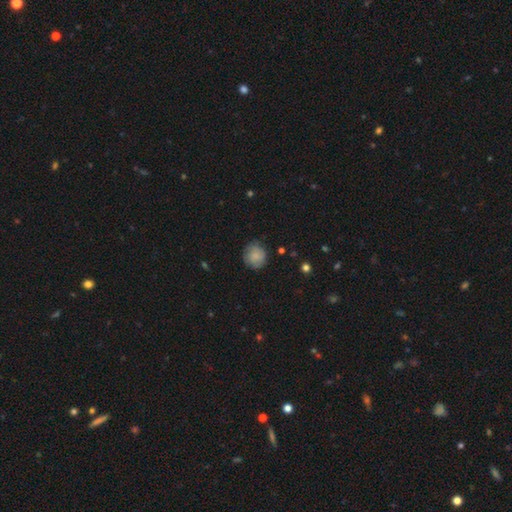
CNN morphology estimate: A smooth galaxy with no disk features (81%) that is round (88%).

Vote fractions:
- Smooth or featured? smooth: 81% / featured or disk: 11% / star or artifact: 8%
- How rounded? round: 88% / in between: 11% / cigar-shaped: 1%
- Merging? none: 78% / minor disturbance: 17% / major disturbance: 4% / merger: 1%